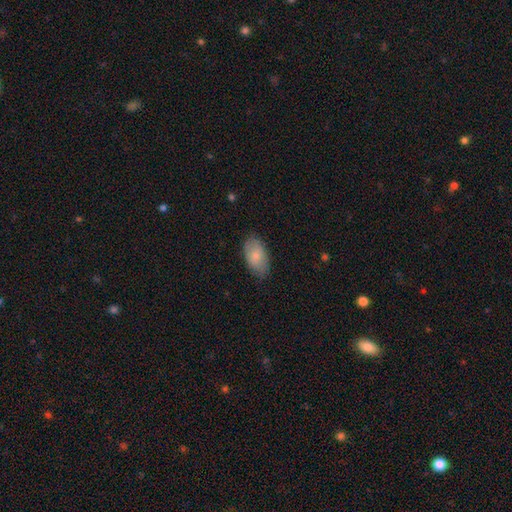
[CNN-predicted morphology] This is clearly a smooth galaxy (80%). How rounded: clearly in between (94%). Merging: clearly none (81%).